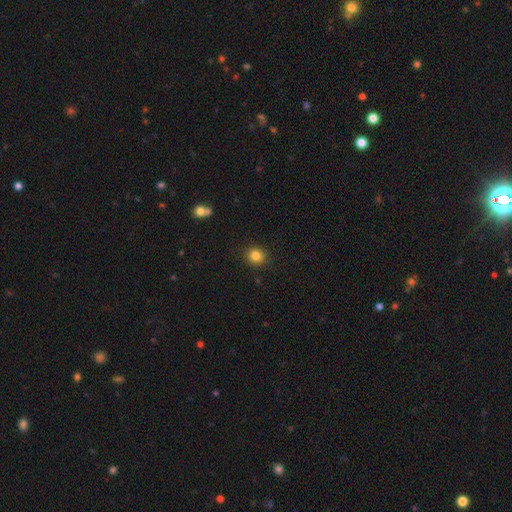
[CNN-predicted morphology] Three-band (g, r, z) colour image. It shows a smooth galaxy with no disk features (83%) that is round (87%). Merging: none (90%).